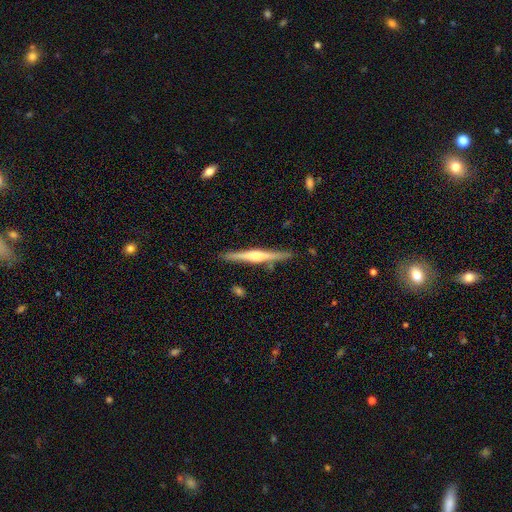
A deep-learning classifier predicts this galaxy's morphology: Smooth or featured? featured or disk (73%)
Edge-on disk? yes (98%)
Edge-on bulge? rounded (80%)
Merging? none (88%)